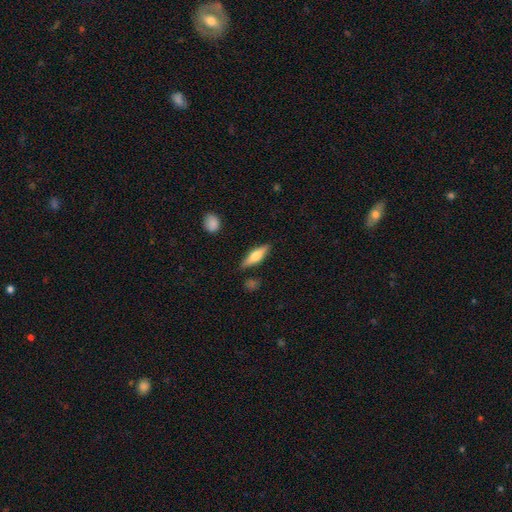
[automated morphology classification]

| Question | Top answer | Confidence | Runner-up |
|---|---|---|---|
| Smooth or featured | smooth | 51% | featured or disk (43%) |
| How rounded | cigar-shaped | 61% | in between (36%) |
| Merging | none | 85% | minor disturbance (11%) |